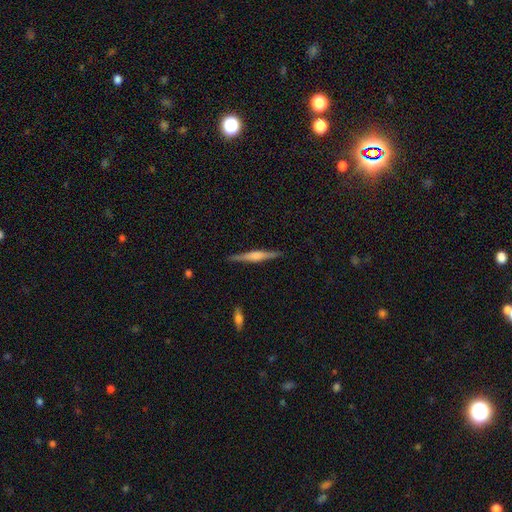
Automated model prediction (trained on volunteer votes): smooth_or_featured: featured or disk (p=0.69) [alt: smooth p=0.26]
disk_edge_on: yes (p=0.98) [alt: no p=0.02]
edge_on_bulge: rounded (p=0.62) [alt: boxy p=0.29]
merging: none (p=0.90) [alt: minor disturbance p=0.07]